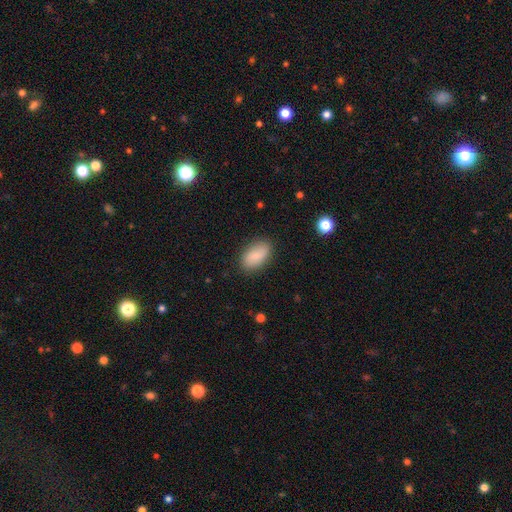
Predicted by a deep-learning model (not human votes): Smooth or featured?
  - smooth: 82% *
  - featured or disk: 11%
  - star or artifact: 7%
How rounded?
  - in between: 92% *
  - round: 5%
  - cigar-shaped: 3%
Merging?
  - none: 84% *
  - minor disturbance: 12%
  - major disturbance: 3%
  - merger: 1%